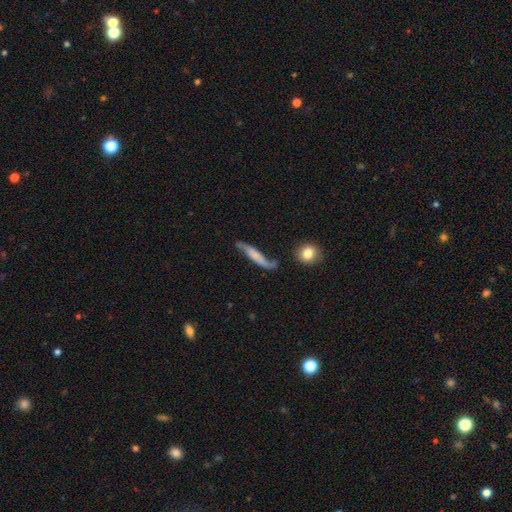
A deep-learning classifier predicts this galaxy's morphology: This appears to be a featured or disk galaxy (48%). Merging: none (55%).